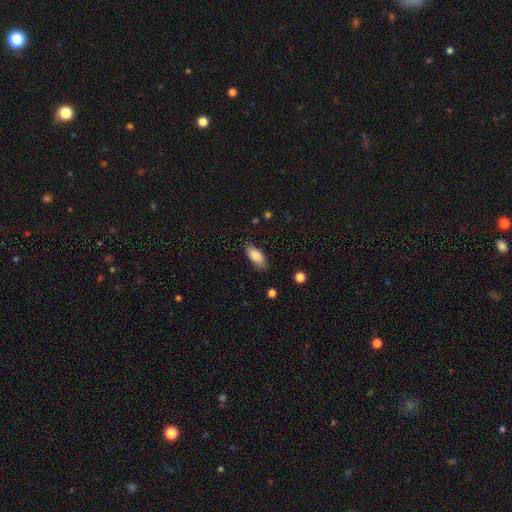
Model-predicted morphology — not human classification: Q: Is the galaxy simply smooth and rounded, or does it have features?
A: smooth — 84%.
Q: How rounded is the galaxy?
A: in between — 87%.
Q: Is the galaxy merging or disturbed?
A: none — 79%.